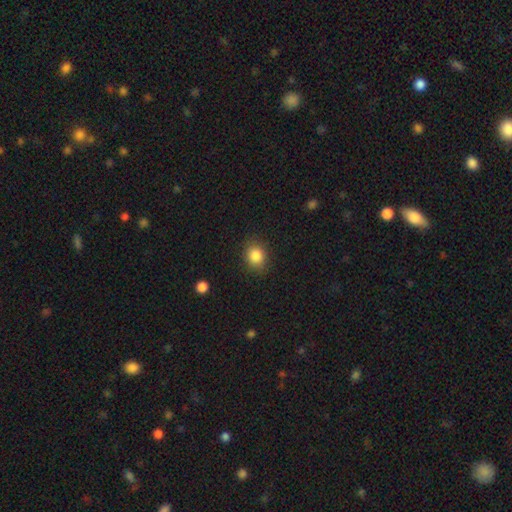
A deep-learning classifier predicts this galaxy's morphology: Q: Smooth or featured?
A: smooth (85%); runner-up: star or artifact (10%)
Q: How rounded?
A: round (65%); runner-up: in between (34%)
Q: Merging?
A: none (86%); runner-up: minor disturbance (10%)